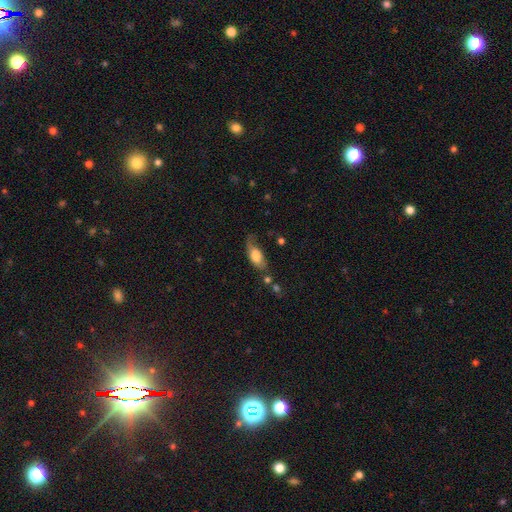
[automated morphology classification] Smooth or featured? Predicted: smooth (p=0.69). How rounded? Predicted: in between (p=0.82). Merging? Predicted: none (p=0.43).